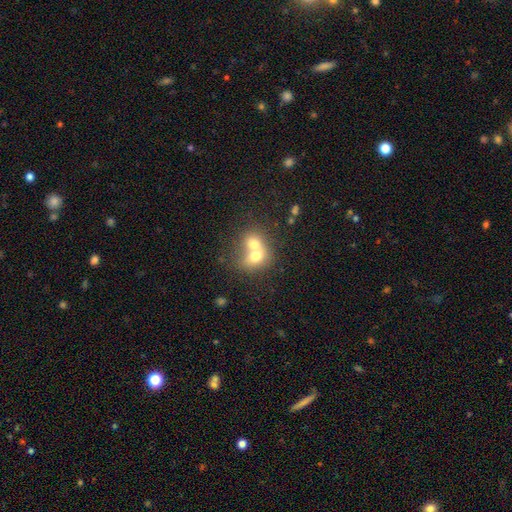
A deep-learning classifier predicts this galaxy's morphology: smooth 67%, featured or disk 23%, star or artifact 10%. Down the decision tree: how rounded — round (58%); merging — merger (75%).